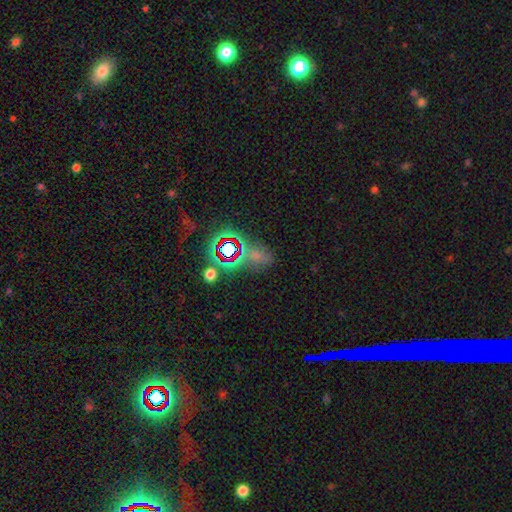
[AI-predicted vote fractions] This is possibly a star or artifact rather than a galaxy (48%).